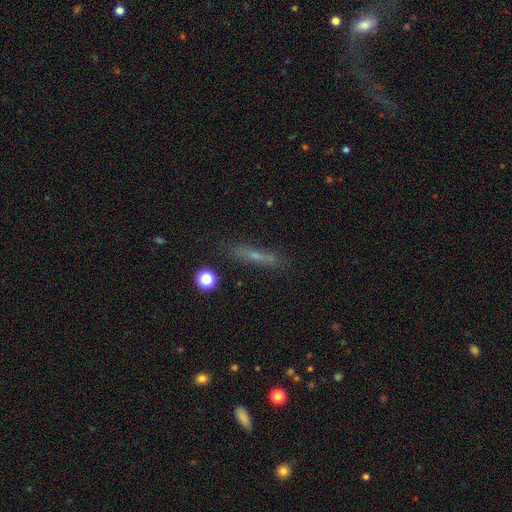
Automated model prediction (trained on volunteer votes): Overall: smooth (42%; featured or disk 41%). Merging: none (78%).